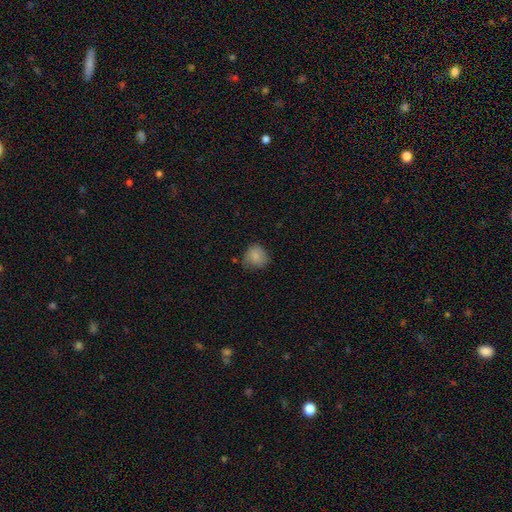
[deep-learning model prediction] This is clearly a smooth galaxy (83%). How rounded: clearly round (80%). Merging: likely none (64%).